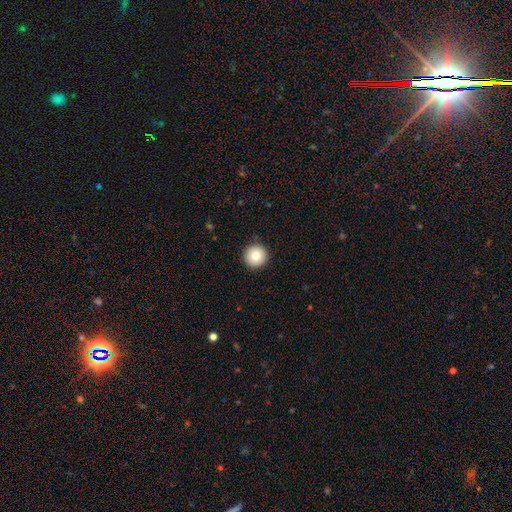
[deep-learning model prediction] A smooth galaxy with no disk features (82%) that is round (97%).

Vote fractions:
- Smooth or featured? smooth: 82% / star or artifact: 9% / featured or disk: 9%
- How rounded? round: 97% / in between: 2% / cigar-shaped: 1%
- Merging? none: 92% / minor disturbance: 5% / major disturbance: 2% / merger: 1%